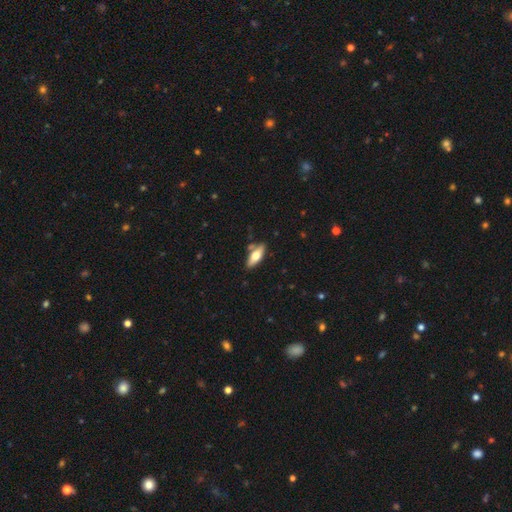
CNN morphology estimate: smooth_or_featured: smooth (p=0.64) [alt: featured or disk p=0.30]
how_rounded: in between (p=0.71) [alt: cigar-shaped p=0.27]
merging: none (p=0.77) [alt: minor disturbance p=0.13]